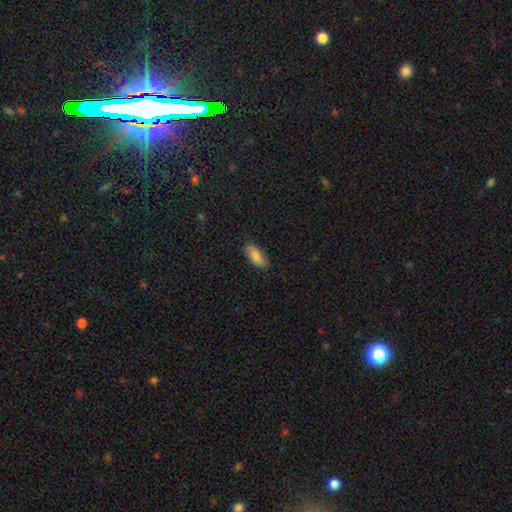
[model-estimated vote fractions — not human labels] A smooth galaxy with no disk features (84%) that is in between round and cigar-shaped (87%).

Vote fractions:
- Smooth or featured? smooth: 84% / featured or disk: 10% / star or artifact: 6%
- How rounded? in between: 87% / cigar-shaped: 11% / round: 2%
- Merging? none: 85% / minor disturbance: 12% / major disturbance: 2% / merger: 1%